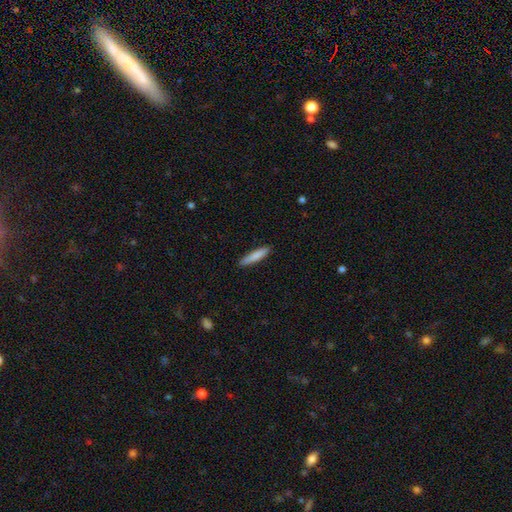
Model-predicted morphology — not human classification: This is clearly a smooth galaxy (83%). How rounded: clearly cigar-shaped (89%). Merging: clearly none (88%).